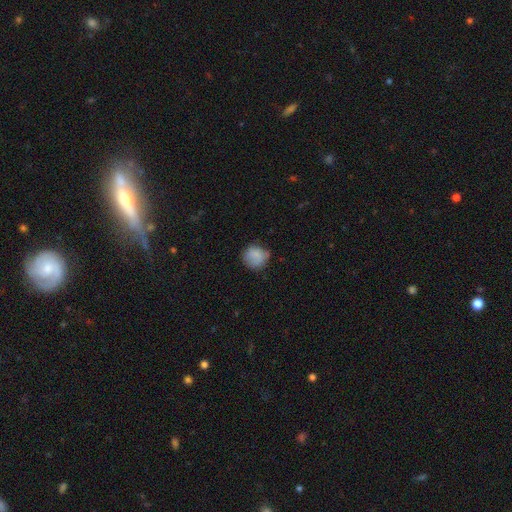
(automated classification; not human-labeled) Morphology: type=smooth (80%); roundness=round (84%); merging=none (64%).